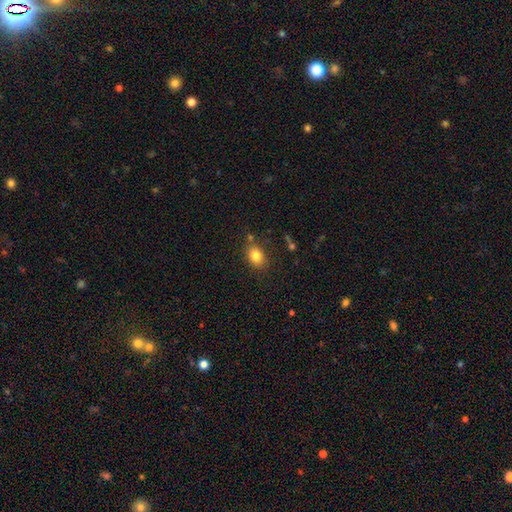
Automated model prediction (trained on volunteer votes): This appears to be a smooth galaxy with no disk features (83%) that is in between round and cigar-shaped (68%). Merging: none (77%).